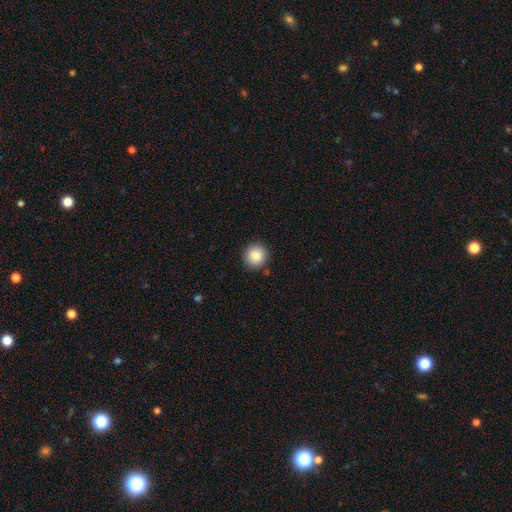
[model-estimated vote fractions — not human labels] Smooth or featured?
  - smooth: 86% *
  - star or artifact: 9%
  - featured or disk: 5%
How rounded?
  - round: 93% *
  - in between: 6%
  - cigar-shaped: 1%
Merging?
  - none: 90% *
  - minor disturbance: 7%
  - major disturbance: 2%
  - merger: 2%